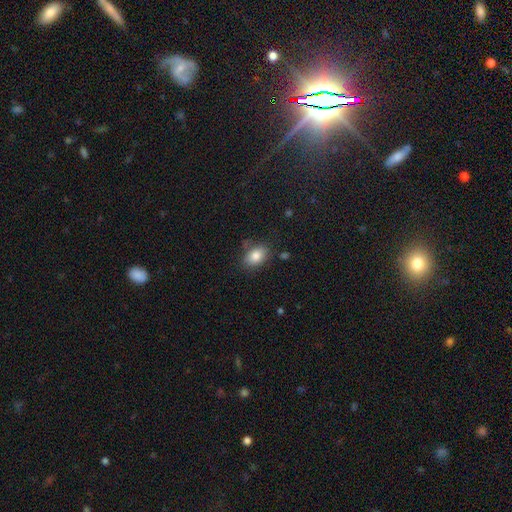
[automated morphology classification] smooth-or-featured: smooth: 83% | star or artifact: 9% | featured or disk: 8%
  how-rounded: in between: 82% | round: 16% | cigar-shaped: 1%
  merging: none: 75% | minor disturbance: 17% | major disturbance: 5% | merger: 4%